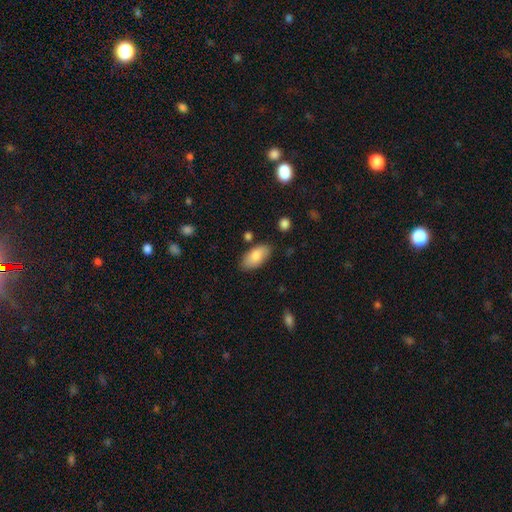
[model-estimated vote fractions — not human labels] A smooth galaxy with no disk features (83%) that is in between round and cigar-shaped (93%).

Vote fractions:
- Smooth or featured? smooth: 83% / featured or disk: 11% / star or artifact: 6%
- How rounded? in between: 93% / cigar-shaped: 4% / round: 2%
- Merging? none: 80% / minor disturbance: 14% / merger: 3% / major disturbance: 3%